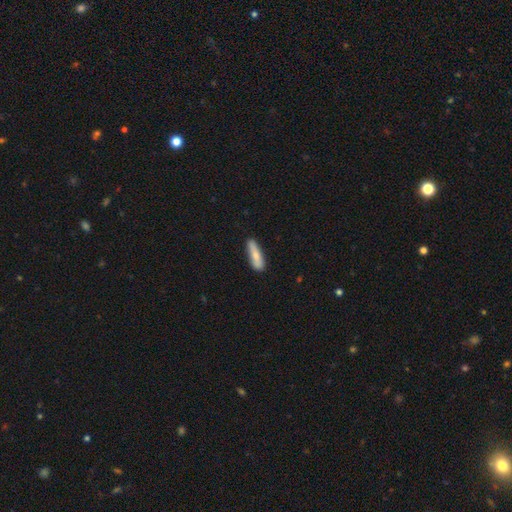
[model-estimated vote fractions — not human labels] smooth 71%, featured or disk 23%, star or artifact 6%. Down the decision tree: how rounded — cigar-shaped (68%); merging — none (83%).